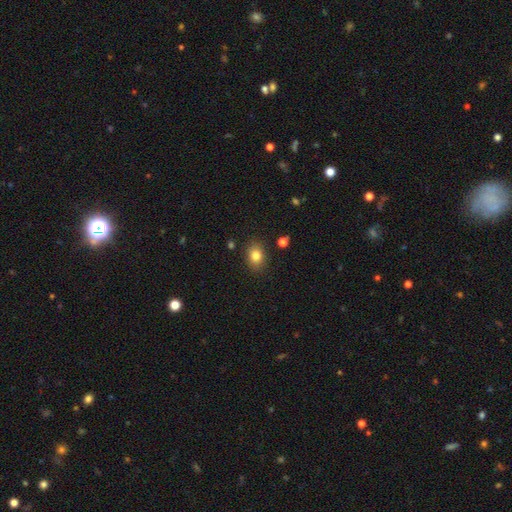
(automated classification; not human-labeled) A smooth galaxy with no disk features (82%) that is in between round and cigar-shaped (64%). Merging: none (85%).